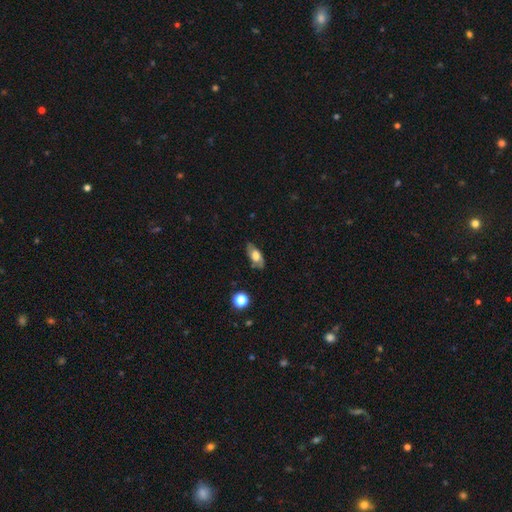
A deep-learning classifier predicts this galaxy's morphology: The model was most divided on "smooth or featured": smooth: 52%, featured or disk: 39%, star or artifact: 8%. More confident: how rounded — in between (83%); merging — none (76%).